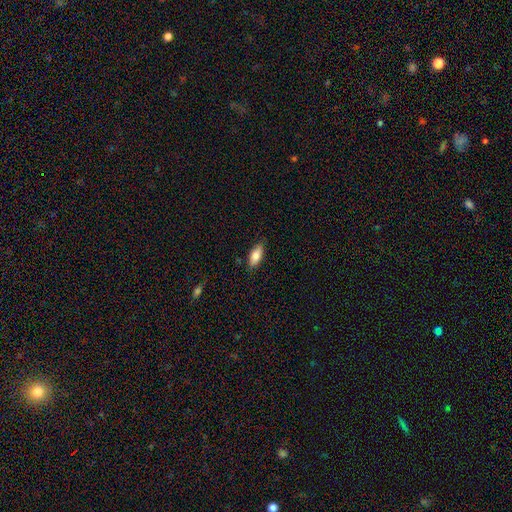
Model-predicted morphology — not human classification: Smooth or featured: smooth — 79% (featured or disk — 15%)
How rounded: in between — 80% (cigar-shaped — 17%)
Merging: none — 83% (minor disturbance — 14%)